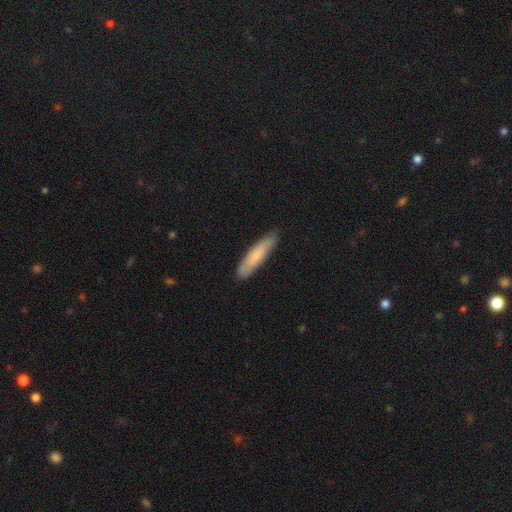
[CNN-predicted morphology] Overall: smooth (69%). How rounded: cigar-shaped (79%). Merging: none (82%).